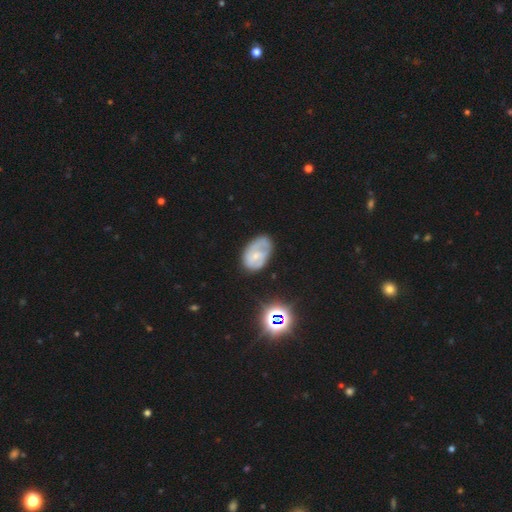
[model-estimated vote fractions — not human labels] Morphology: type=featured or disk (60%); edge-on=no (96%); bar=no (57%); spiral arms=yes (77%); bulge=small (61%); merging=none (56%).